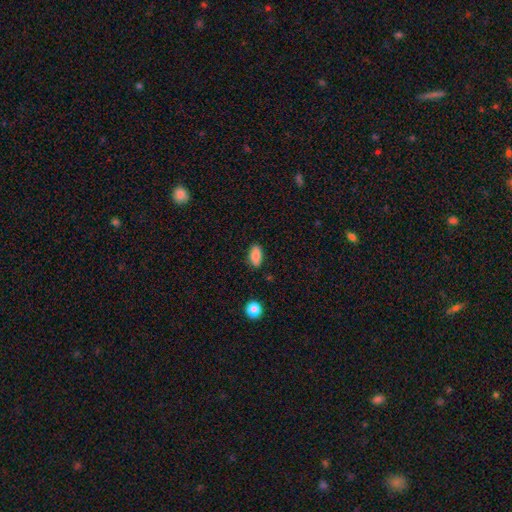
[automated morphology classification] The model was most divided on "merging": none: 84%, minor disturbance: 11%, major disturbance: 2%, merger: 2%. More confident: how rounded — in between (91%); smooth or featured — smooth (87%).